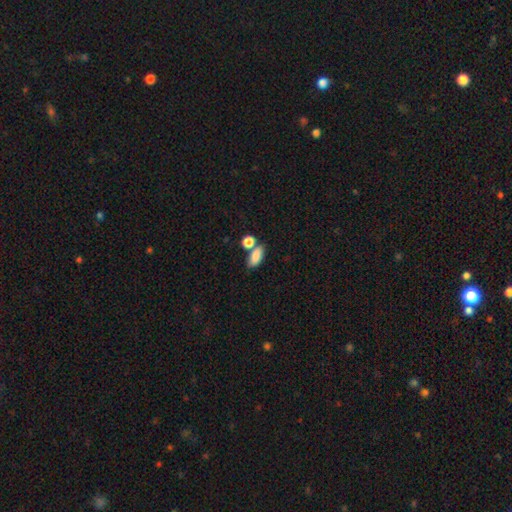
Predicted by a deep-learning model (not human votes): Smooth or featured?
  - smooth: 85% *
  - star or artifact: 8%
  - featured or disk: 7%
How rounded?
  - in between: 86% *
  - round: 7%
  - cigar-shaped: 7%
Merging?
  - none: 50% *
  - merger: 31%
  - minor disturbance: 14%
  - major disturbance: 5%